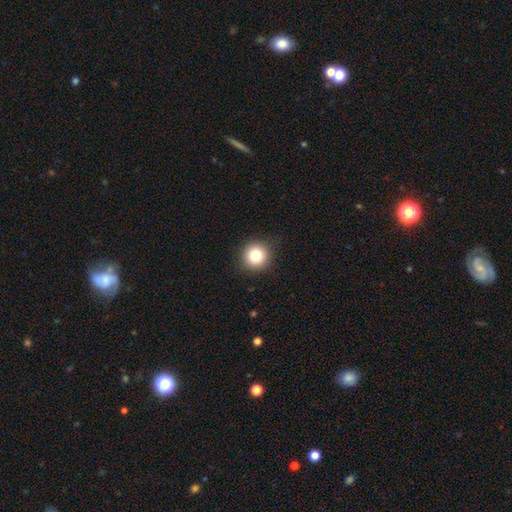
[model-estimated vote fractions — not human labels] Smooth or featured? smooth (83%)
How rounded? round (94%)
Merging? none (90%)